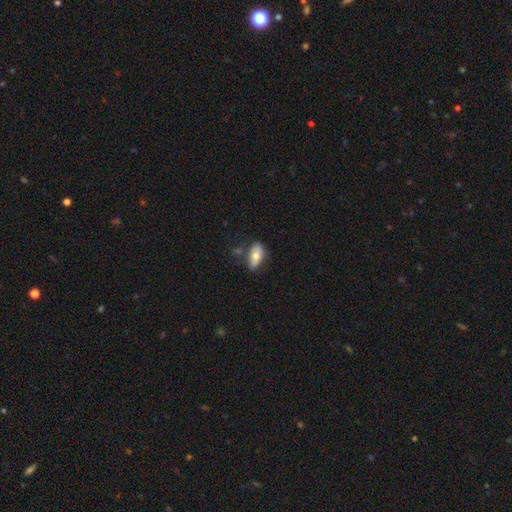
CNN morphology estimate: smooth 70%, featured or disk 23%, star or artifact 7%. Down the decision tree: how rounded — in between (90%); merging — none (59%).